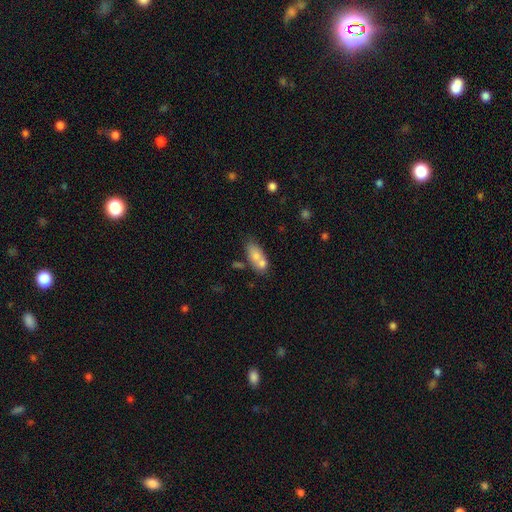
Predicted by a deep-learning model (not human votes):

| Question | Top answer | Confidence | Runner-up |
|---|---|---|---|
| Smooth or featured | smooth | 70% | featured or disk (21%) |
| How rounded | in between | 78% | cigar-shaped (11%) |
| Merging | merger | 46% | none (37%) |